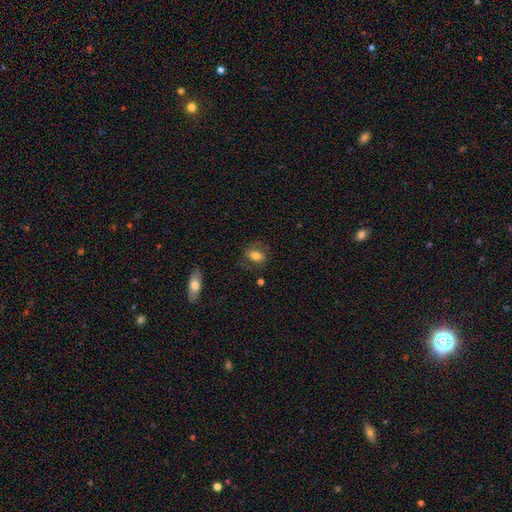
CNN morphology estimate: The model was most divided on "how rounded": in between: 71%, round: 26%, cigar-shaped: 3%. More confident: merging — none (72%); smooth or featured — smooth (70%).